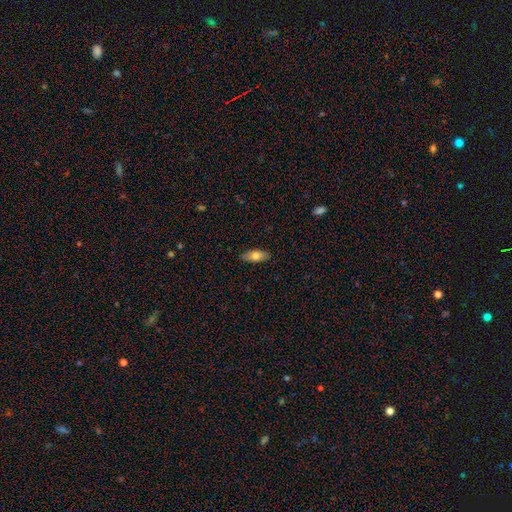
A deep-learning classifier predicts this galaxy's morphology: smooth-or-featured: smooth: 74% | featured or disk: 19% | star or artifact: 6%
  how-rounded: in between: 84% | cigar-shaped: 14% | round: 3%
  merging: none: 88% | minor disturbance: 9% | major disturbance: 2% | merger: 1%